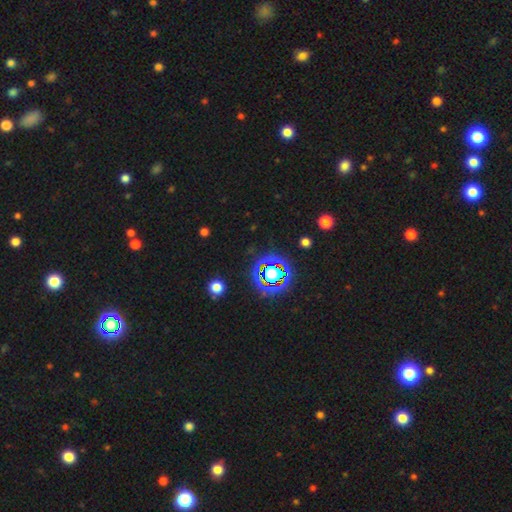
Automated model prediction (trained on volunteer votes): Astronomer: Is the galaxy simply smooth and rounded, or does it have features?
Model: star or artifact — 79%.